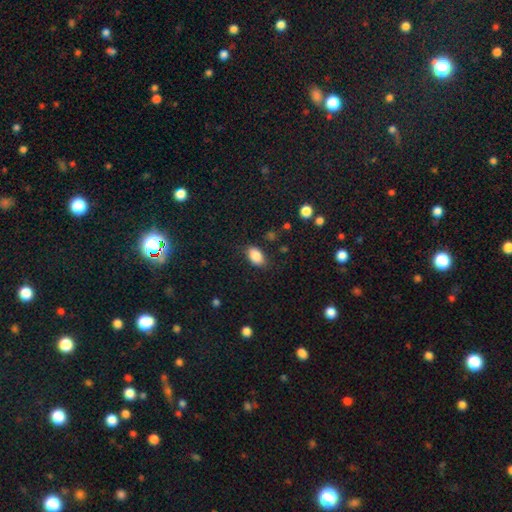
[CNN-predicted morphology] smooth-or-featured: smooth: 86% | star or artifact: 8% | featured or disk: 6%
  how-rounded: in between: 89% | round: 9% | cigar-shaped: 2%
  merging: none: 80% | minor disturbance: 14% | major disturbance: 4% | merger: 1%